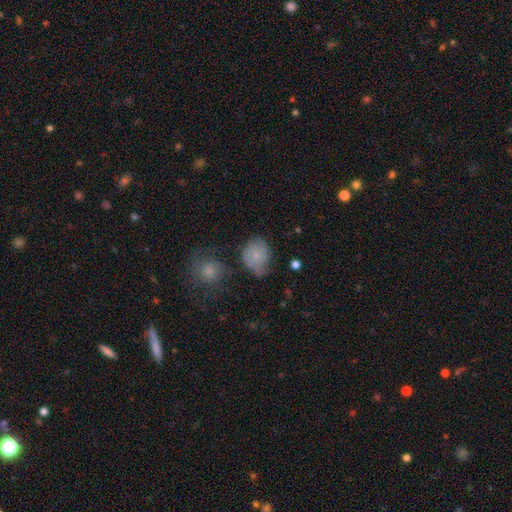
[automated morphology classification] smooth_or_featured: smooth (p=0.65) [alt: featured or disk p=0.25]
how_rounded: round (p=0.56) [alt: in between p=0.43]
merging: none (p=0.48) [alt: minor disturbance p=0.32]